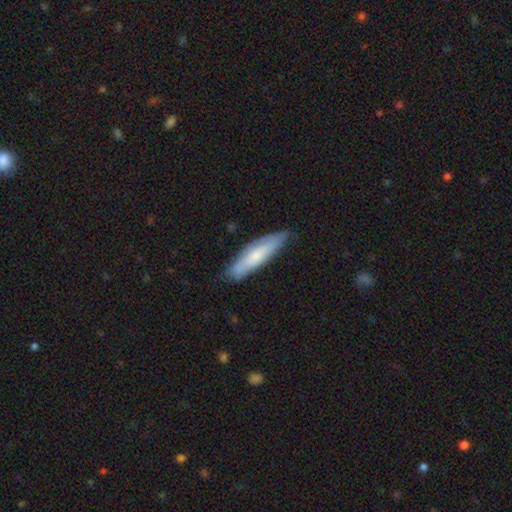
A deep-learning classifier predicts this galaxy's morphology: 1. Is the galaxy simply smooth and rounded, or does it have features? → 60% smooth, 34% featured or disk, 6% star or artifact.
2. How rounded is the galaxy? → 73% cigar-shaped, 25% in between, 1% round.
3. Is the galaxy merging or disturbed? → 76% none, 19% minor disturbance, 3% major disturbance, 1% merger.